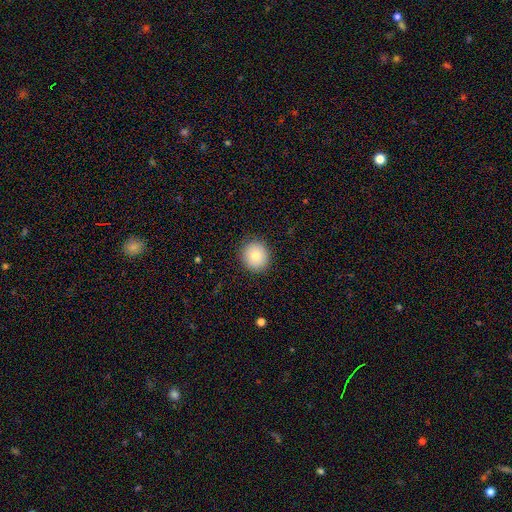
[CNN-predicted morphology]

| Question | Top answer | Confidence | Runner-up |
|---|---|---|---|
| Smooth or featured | smooth | 82% | featured or disk (10%) |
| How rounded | round | 89% | in between (10%) |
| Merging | none | 90% | minor disturbance (7%) |